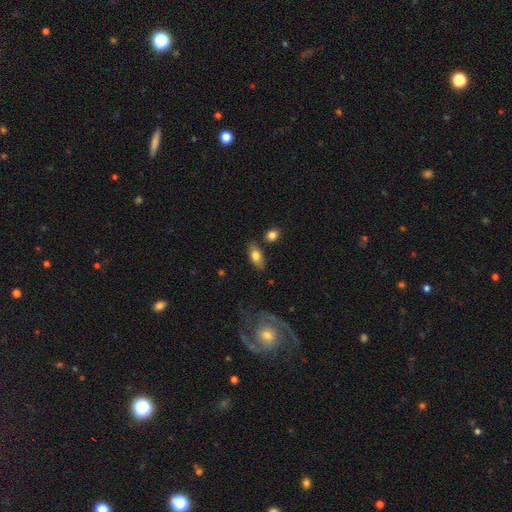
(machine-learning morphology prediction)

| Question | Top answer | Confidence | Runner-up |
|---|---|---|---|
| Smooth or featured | smooth | 76% | featured or disk (17%) |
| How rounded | in between | 87% | cigar-shaped (9%) |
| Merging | none | 76% | minor disturbance (14%) |